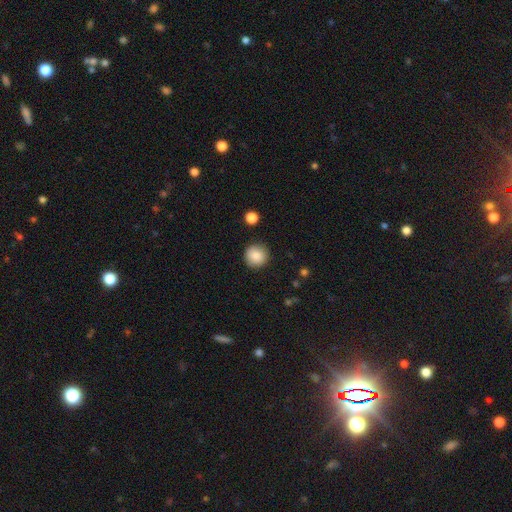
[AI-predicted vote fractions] Overall: smooth (87%). How rounded: round (94%). Merging: none (91%).